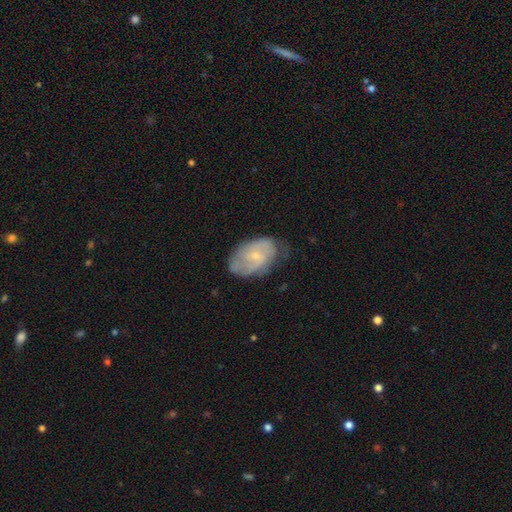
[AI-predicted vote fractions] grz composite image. It shows a featured or disk galaxy (63%) with no bar (59%), spiral arms (81%) and a small central bulge (72%). Merging: none (60%).